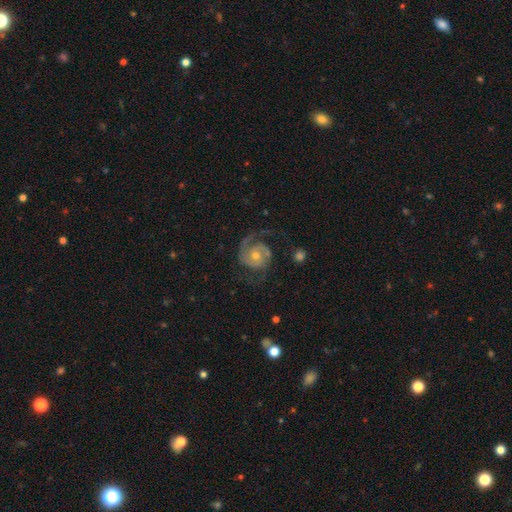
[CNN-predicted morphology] featured or disk 89%, smooth 5%, star or artifact 5%. Down the decision tree: edge-on disk — no (98%); bar — no (71%); spiral arms — yes (98%); spiral arm count — 2 (83%); spiral winding — medium (44%); bulge size — moderate (50%); merging — none (72%).